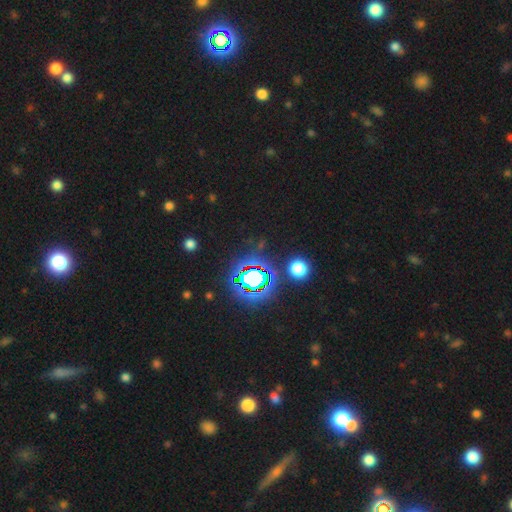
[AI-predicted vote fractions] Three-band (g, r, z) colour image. It shows a star or artifact, not a galaxy (81%).